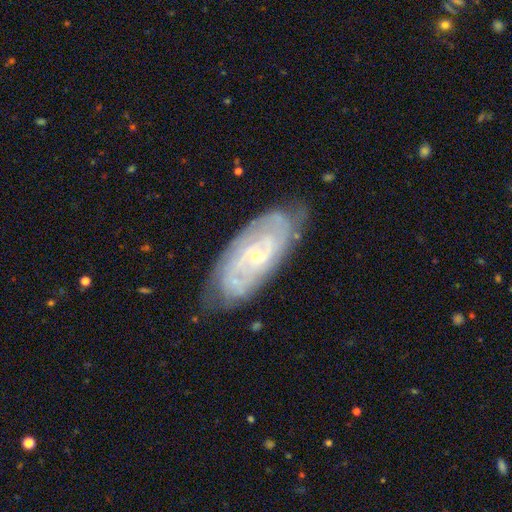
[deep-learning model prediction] The model was most divided on "spiral arm count": can't tell: 43%, 2: 28%, 3: 12%, 4: 8%, more than 4: 4%, 1: 4%. More confident: edge-on disk — no (92%); spiral arms — yes (91%); smooth or featured — featured or disk (82%); bulge size — small (77%); merging — none (73%); spiral winding — tight (68%); bar — no (62%).